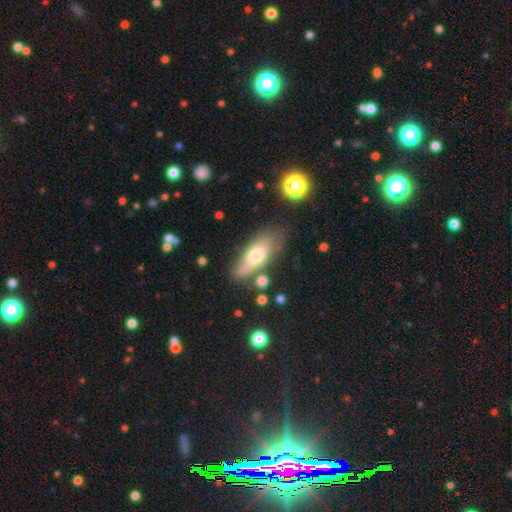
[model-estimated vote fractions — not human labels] Smooth or featured?
  - smooth: 62% *
  - featured or disk: 29%
  - star or artifact: 8%
How rounded?
  - in between: 71% *
  - cigar-shaped: 25%
  - round: 3%
Merging?
  - none: 62% *
  - minor disturbance: 22%
  - merger: 8%
  - major disturbance: 8%